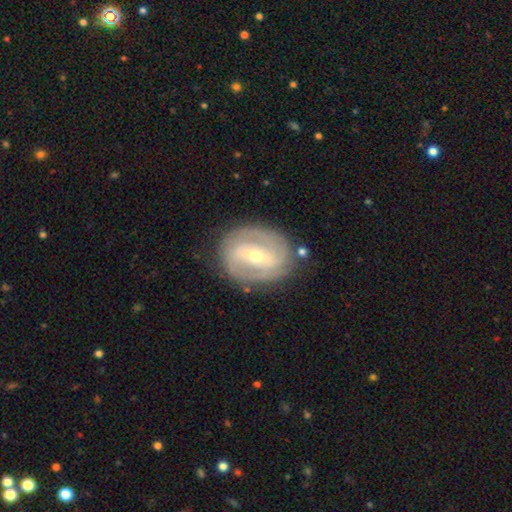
Overall: featured or disk (90%). Edge-on disk: no (100%). Bar: strong (37%, tied with weak). Spiral arms: yes (89%). Spiral arm count: 2 (84%). Spiral winding: tight (58%; medium 26%). Bulge size: moderate (51%; small 43%). Merging: none (81%).